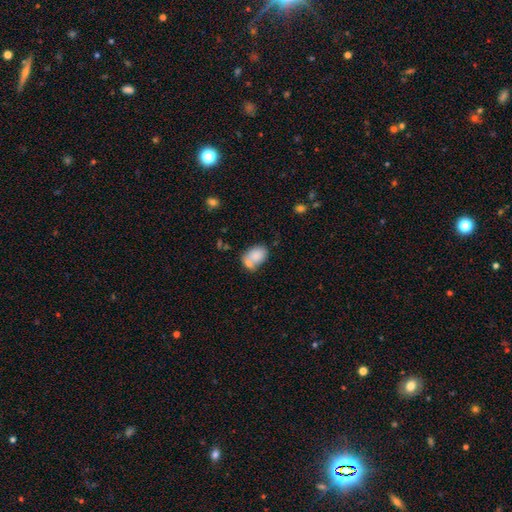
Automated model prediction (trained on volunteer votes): A smooth galaxy with no disk features (80%) that is in between round and cigar-shaped (75%). Merging: merger (45%).